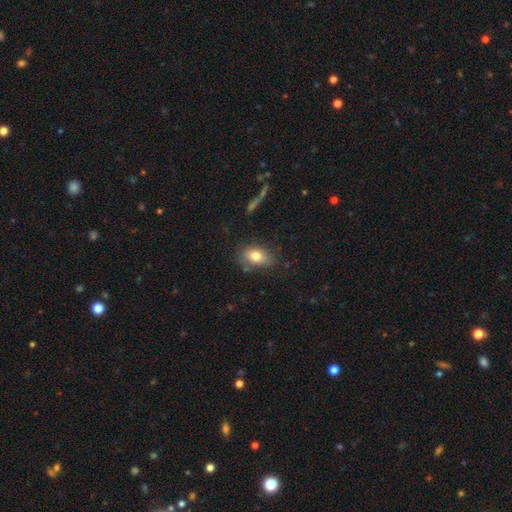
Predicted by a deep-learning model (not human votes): The model was most divided on "merging": none: 73%, minor disturbance: 18%, major disturbance: 5%, merger: 3%. More confident: how rounded — in between (80%); smooth or featured — smooth (78%).